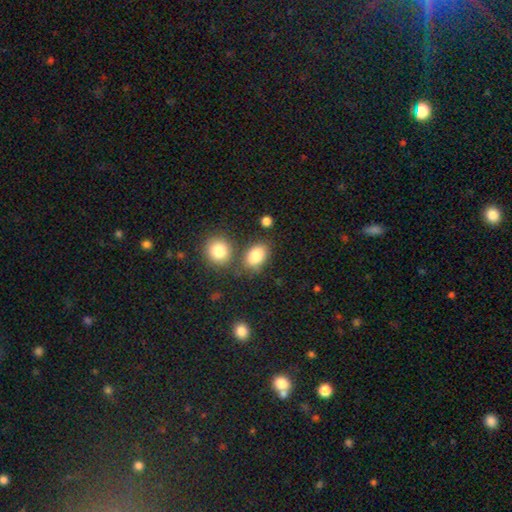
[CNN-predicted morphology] Smooth or featured: smooth — 83% (star or artifact — 9%)
How rounded: in between — 79% (round — 19%)
Merging: none — 67% (merger — 15%)